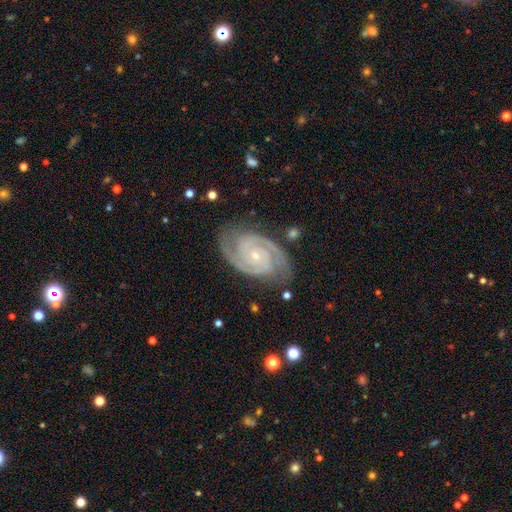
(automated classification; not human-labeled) A featured or disk galaxy (93%) with no bar (67%), 2 (84%) tight (65%) spiral arms (99%) and a small central bulge (80%). Merging: none (80%).